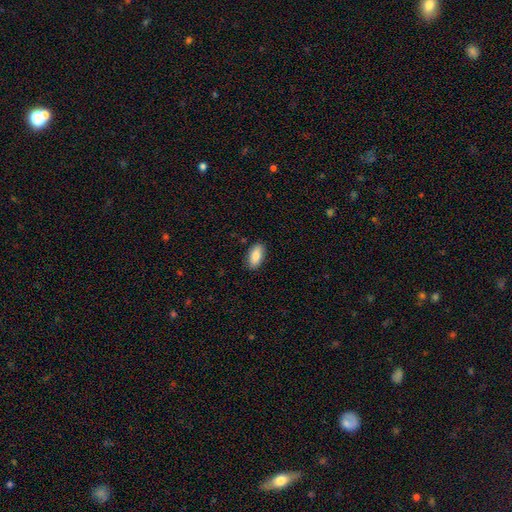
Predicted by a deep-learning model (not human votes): Overall: smooth (87%). How rounded: in between (91%). Merging: none (87%).